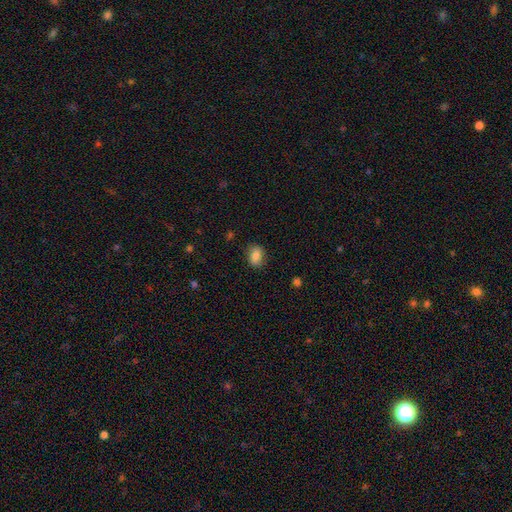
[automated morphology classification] Q: Smooth or featured?
A: smooth (85%); runner-up: star or artifact (9%)
Q: How rounded?
A: in between (74%); runner-up: round (25%)
Q: Merging?
A: none (81%); runner-up: minor disturbance (14%)